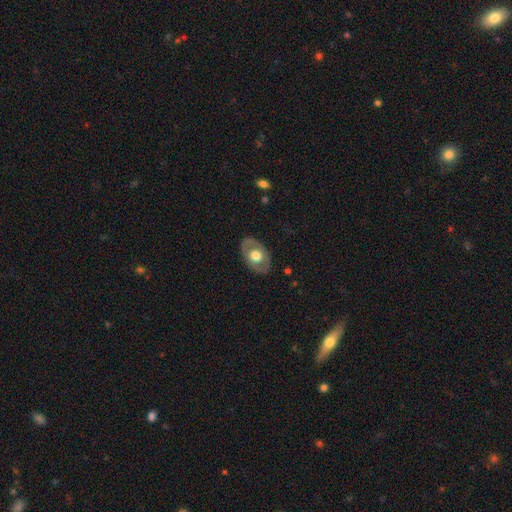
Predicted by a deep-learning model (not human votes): smooth-or-featured: featured or disk: 49% | smooth: 46% | star or artifact: 5%
  merging: none: 81% | minor disturbance: 14% | major disturbance: 4% | merger: 1%